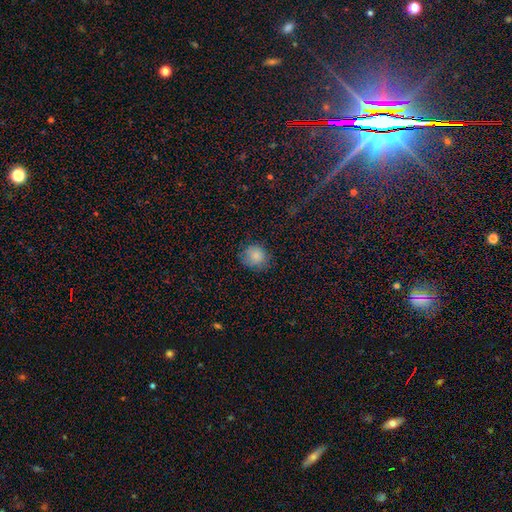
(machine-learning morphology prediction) Q: Smooth or featured?
A: smooth (84%); runner-up: star or artifact (10%)
Q: How rounded?
A: round (81%); runner-up: in between (18%)
Q: Merging?
A: none (76%); runner-up: minor disturbance (18%)